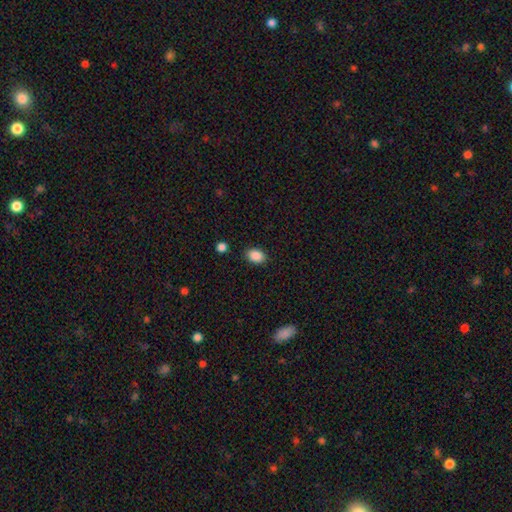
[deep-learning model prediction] Smooth or featured?
  - smooth: 88% *
  - star or artifact: 8%
  - featured or disk: 3%
How rounded?
  - in between: 76% *
  - round: 23%
  - cigar-shaped: 1%
Merging?
  - none: 86% *
  - minor disturbance: 10%
  - major disturbance: 3%
  - merger: 2%